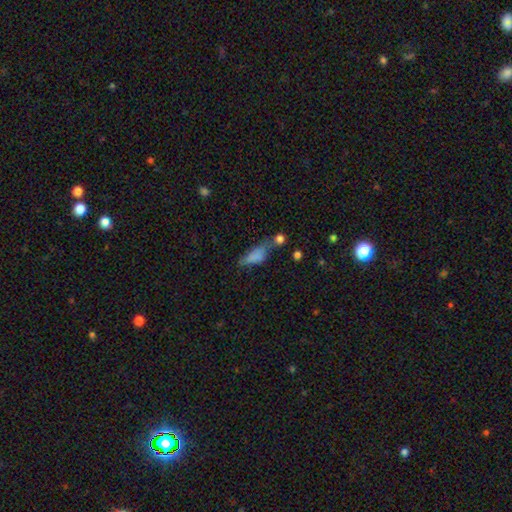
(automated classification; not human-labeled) This is likely a smooth galaxy (72%). How rounded: likely in between (72%). Merging: marginally merger (27%).